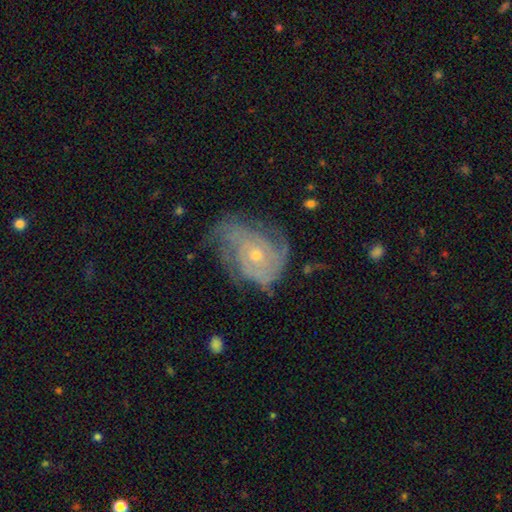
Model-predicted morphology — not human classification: smooth_or_featured: featured or disk (p=0.84) [alt: smooth p=0.10]
disk_edge_on: no (p=0.97) [alt: yes p=0.03]
bar: no (p=0.78) [alt: weak p=0.18]
has_spiral_arms: yes (p=0.93) [alt: no p=0.07]
spiral_winding: tight (p=0.60) [alt: medium p=0.30]
spiral_arm_count: can't tell (p=0.32) [alt: 3 p=0.23]
bulge_size: small (p=0.58) [alt: moderate p=0.39]
merging: none (p=0.54) [alt: minor disturbance p=0.26]